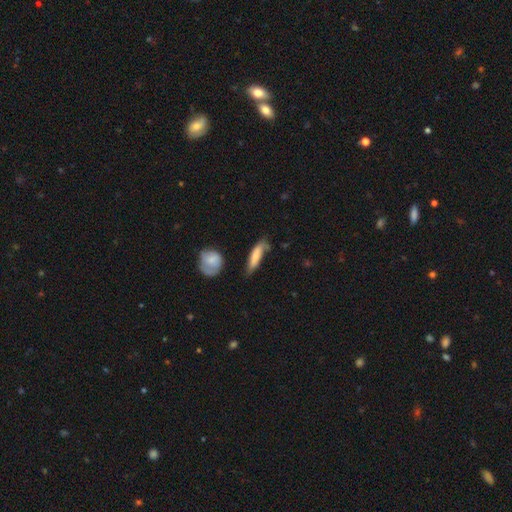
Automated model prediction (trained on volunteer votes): Smooth or featured? Predicted: smooth (p=0.72). How rounded? Predicted: cigar-shaped (p=0.63). Merging? Predicted: none (p=0.51).